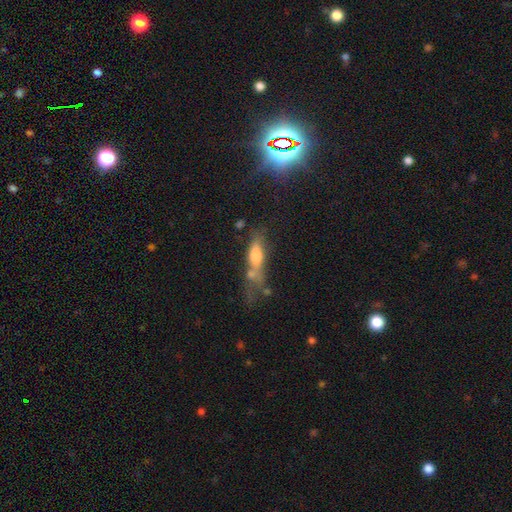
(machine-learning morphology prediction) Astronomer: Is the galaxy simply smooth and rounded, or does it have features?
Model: smooth — 53% (runner-up: featured or disk, 33%).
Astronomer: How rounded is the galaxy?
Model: cigar-shaped — 52% (runner-up: in between, 44%).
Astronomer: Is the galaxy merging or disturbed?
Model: none — 28% (runner-up: merger, 25%).